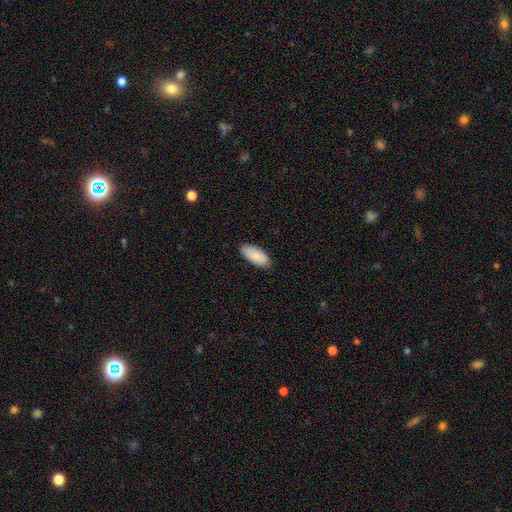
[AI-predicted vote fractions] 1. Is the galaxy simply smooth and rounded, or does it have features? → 87% smooth, 7% featured or disk, 6% star or artifact.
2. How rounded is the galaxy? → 90% in between, 9% cigar-shaped, 2% round.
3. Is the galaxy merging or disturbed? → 87% none, 11% minor disturbance, 2% major disturbance, 1% merger.